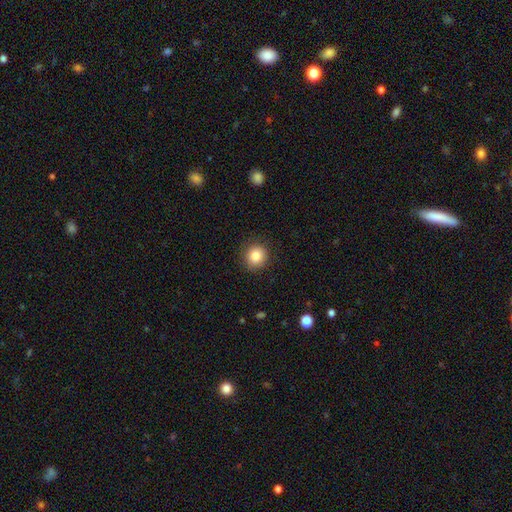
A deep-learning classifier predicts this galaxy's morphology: Q: Smooth or featured?
A: smooth (84%); runner-up: star or artifact (10%)
Q: How rounded?
A: round (92%); runner-up: in between (7%)
Q: Merging?
A: none (90%); runner-up: minor disturbance (7%)